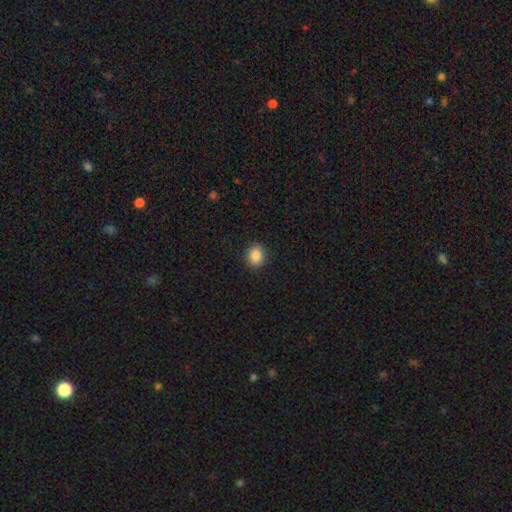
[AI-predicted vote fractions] A smooth galaxy with no disk features (87%) that is round (61%). Merging: none (90%).